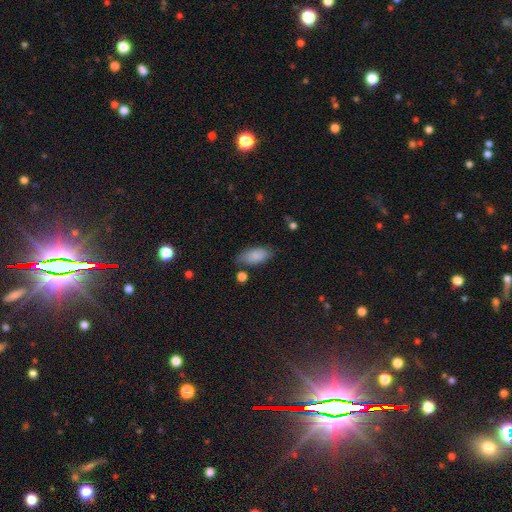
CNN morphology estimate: smooth 83%, featured or disk 10%, star or artifact 7%. Down the decision tree: how rounded — in between (90%); merging — none (65%).